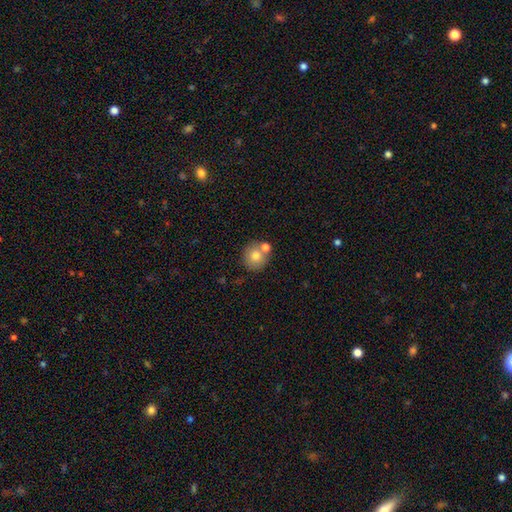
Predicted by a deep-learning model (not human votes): Smooth or featured: smooth — 77% (featured or disk — 14%)
How rounded: round — 88% (in between — 11%)
Merging: none — 63% (merger — 25%)